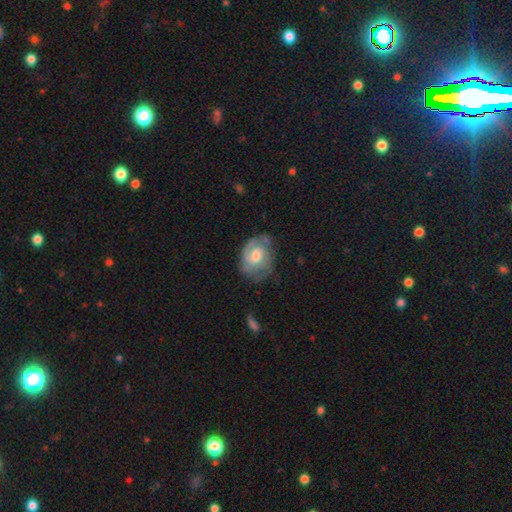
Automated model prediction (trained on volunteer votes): smooth-or-featured: featured or disk: 75% | smooth: 19% | star or artifact: 6%
  disk-edge-on: no: 97% | yes: 3%
    bar: no: 62% | weak: 34% | strong: 5%
    has-spiral-arms: yes: 91% | no: 9%
      spiral-winding: tight: 50% | medium: 38% | loose: 12%
      spiral-arm-count: 2: 49% | can't tell: 22% | 1: 14% | 3: 11% | 4: 2% | more than 4: 2%
    bulge-size: moderate: 63% | small: 20% | large: 13% | none: 3% | dominant: 1%
  merging: none: 60% | minor disturbance: 25% | major disturbance: 13% | merger: 3%